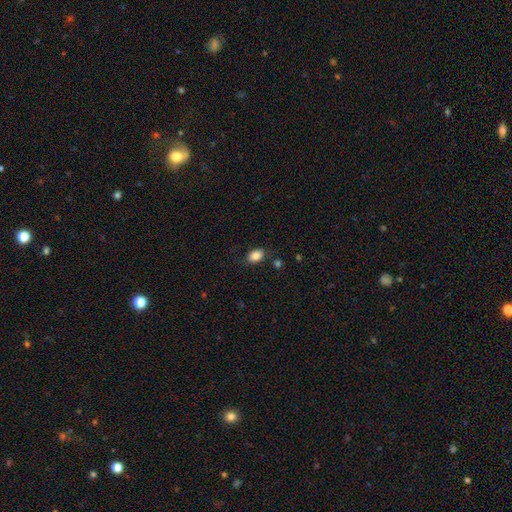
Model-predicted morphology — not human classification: smooth-or-featured: smooth: 86% | star or artifact: 9% | featured or disk: 5%
  how-rounded: in between: 79% | round: 20% | cigar-shaped: 1%
  merging: none: 81% | minor disturbance: 13% | major disturbance: 3% | merger: 3%